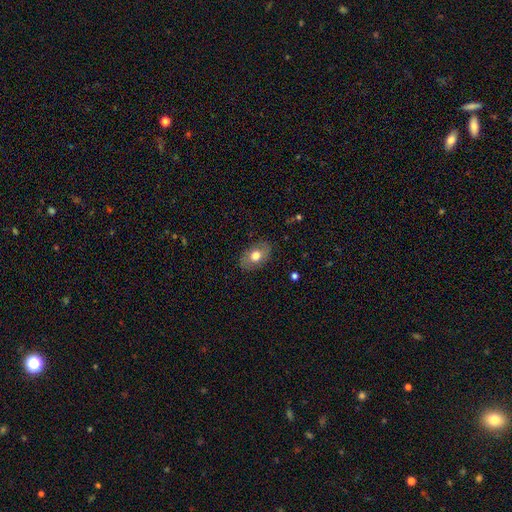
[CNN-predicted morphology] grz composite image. It shows a smooth galaxy with no disk features (69%) that is in between round and cigar-shaped (85%). Merging: none (82%).